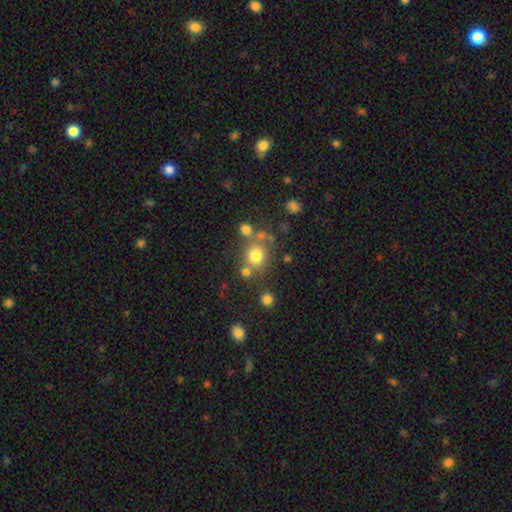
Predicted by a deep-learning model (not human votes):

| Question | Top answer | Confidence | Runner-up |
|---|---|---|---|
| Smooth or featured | smooth | 74% | star or artifact (16%) |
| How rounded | round | 85% | in between (14%) |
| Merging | none | 67% | merger (17%) |